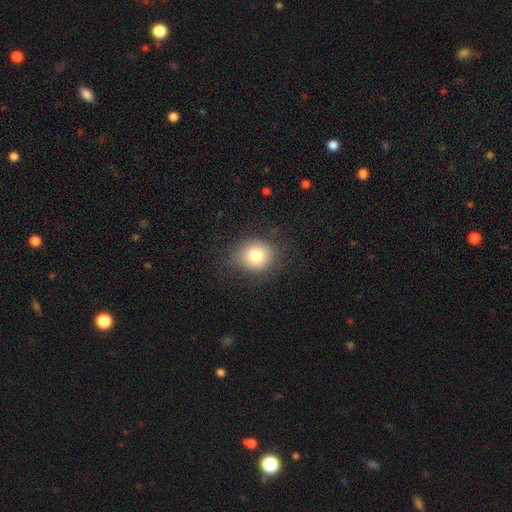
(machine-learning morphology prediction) The model was most divided on "how rounded": round: 67%, in between: 32%, cigar-shaped: 1%. More confident: merging — none (80%); smooth or featured — smooth (79%).